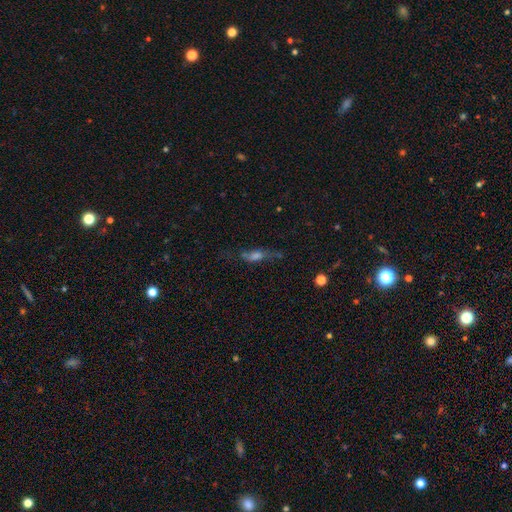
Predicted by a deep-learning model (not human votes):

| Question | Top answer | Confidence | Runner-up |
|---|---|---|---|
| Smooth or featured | featured or disk | 47% | smooth (35%) |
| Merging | none | 54% | minor disturbance (22%) |